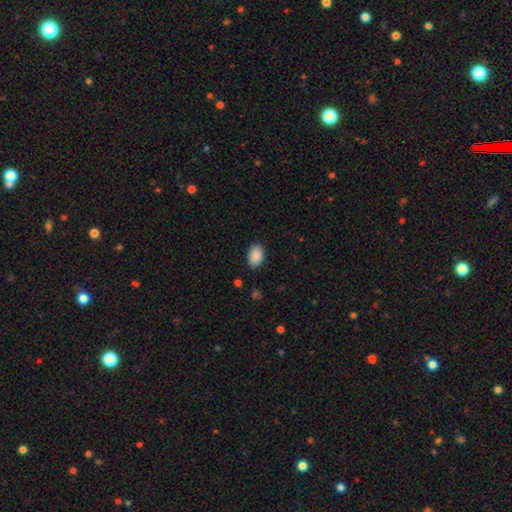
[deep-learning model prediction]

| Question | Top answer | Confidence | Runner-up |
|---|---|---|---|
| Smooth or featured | smooth | 90% | star or artifact (7%) |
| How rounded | in between | 86% | round (13%) |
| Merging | none | 85% | minor disturbance (11%) |